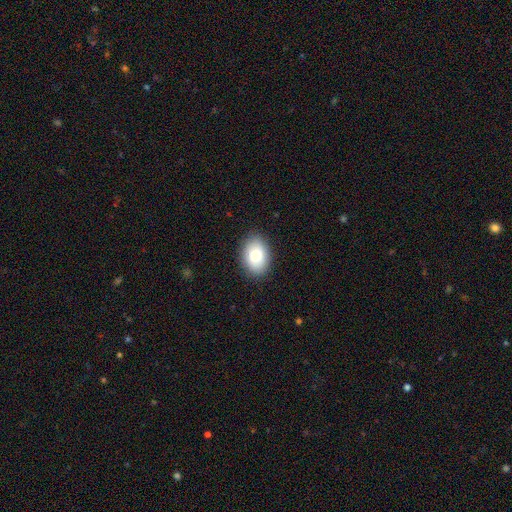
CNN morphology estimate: This is likely a smooth galaxy (78%). How rounded: clearly in between (81%). Merging: clearly none (87%).